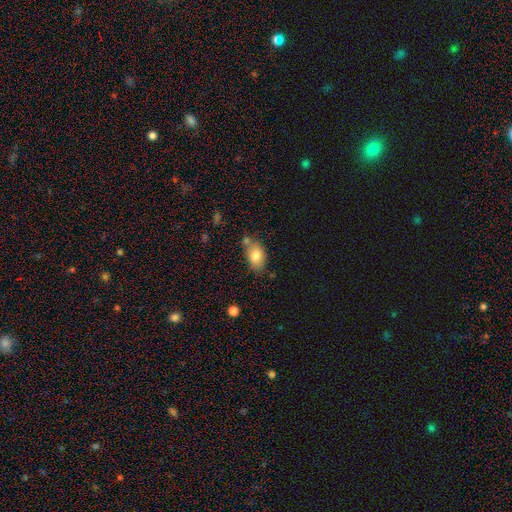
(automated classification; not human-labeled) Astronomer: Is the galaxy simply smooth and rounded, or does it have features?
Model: smooth — 80%.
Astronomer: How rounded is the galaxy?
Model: in between — 85%.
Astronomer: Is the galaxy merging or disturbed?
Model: none — 63%.